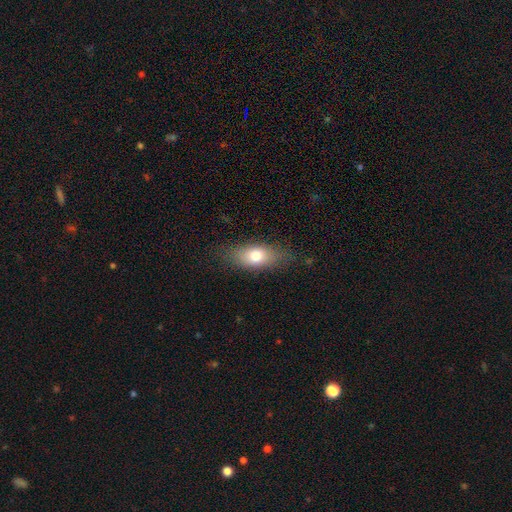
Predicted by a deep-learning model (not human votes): Morphology: type=smooth (75%); roundness=in between (82%); merging=none (78%).